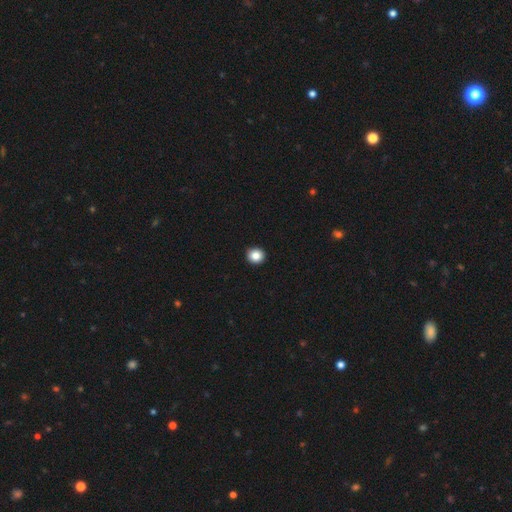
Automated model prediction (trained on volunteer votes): Smooth or featured? Predicted: smooth (p=0.86). How rounded? Predicted: round (p=0.91). Merging? Predicted: none (p=0.94).